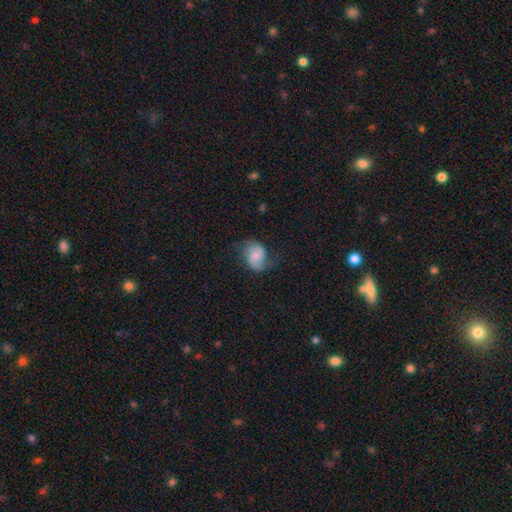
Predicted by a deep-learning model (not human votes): The model was most divided on "bulge size": small: 41%, moderate: 35%, none: 14%, large: 8%, dominant: 2%. More confident: edge-on disk — no (97%); spiral arms — yes (89%); merging — none (58%); bar — no (56%); smooth or featured — featured or disk (54%).